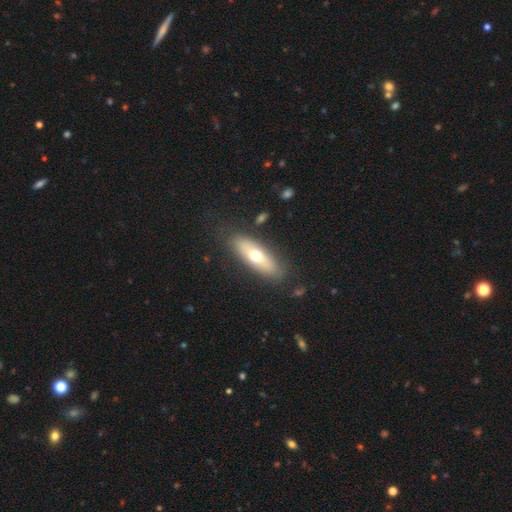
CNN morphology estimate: Smooth or featured: smooth — 59% (featured or disk — 35%)
How rounded: in between — 57% (cigar-shaped — 40%)
Merging: none — 83% (minor disturbance — 11%)